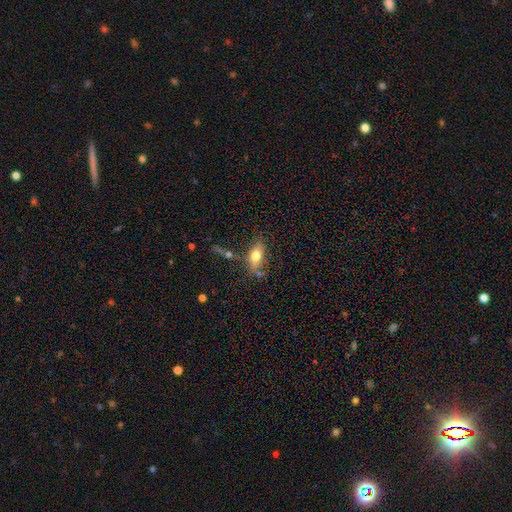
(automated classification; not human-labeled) Smooth or featured? Predicted: smooth (p=0.71). How rounded? Predicted: in between (p=0.82). Merging? Predicted: none (p=0.61).